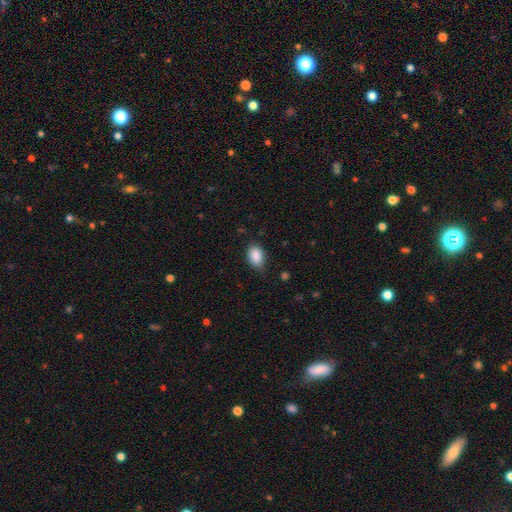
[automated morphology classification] Q: Smooth or featured?
A: smooth (89%); runner-up: star or artifact (7%)
Q: How rounded?
A: in between (86%); runner-up: round (13%)
Q: Merging?
A: none (78%); runner-up: minor disturbance (17%)